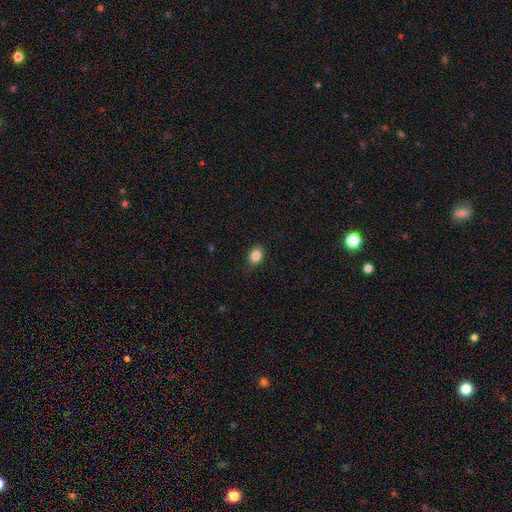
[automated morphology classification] Smooth or featured: smooth — 85% (star or artifact — 9%)
How rounded: in between — 69% (round — 30%)
Merging: none — 83% (minor disturbance — 13%)